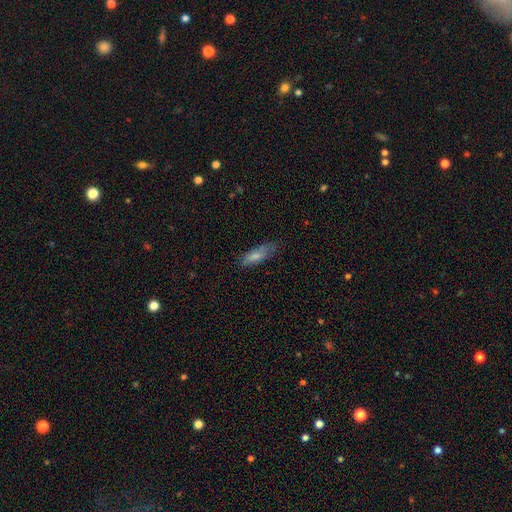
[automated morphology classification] Smooth or featured: smooth — 76% (featured or disk — 17%)
How rounded: in between — 59% (cigar-shaped — 39%)
Merging: none — 57% (minor disturbance — 30%)